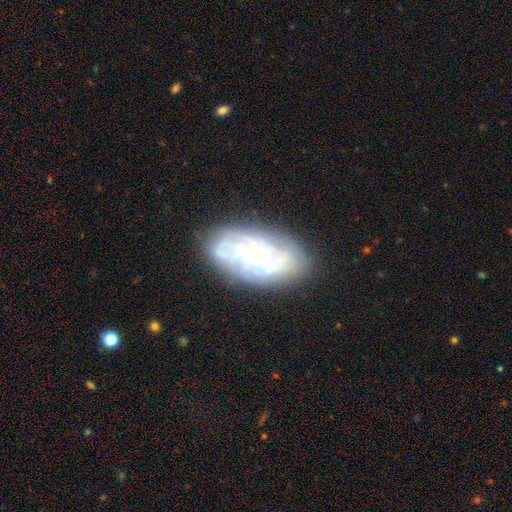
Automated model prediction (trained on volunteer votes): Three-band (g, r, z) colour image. It shows a featured or disk galaxy (68%) with no bar (79%), spiral arms (72%) and a small central bulge (71%). Merging: none (77%).